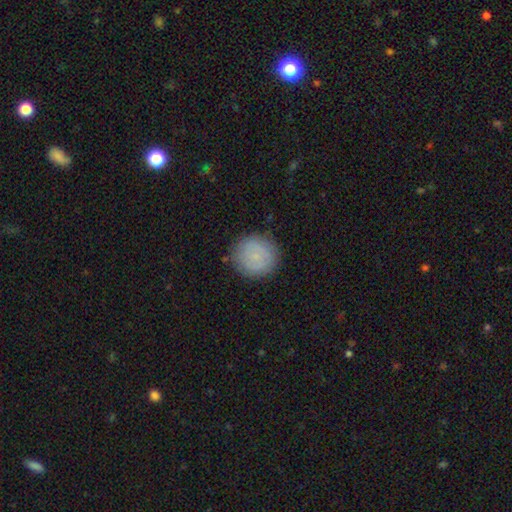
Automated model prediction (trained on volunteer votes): Smooth or featured: smooth — 76% (featured or disk — 16%)
How rounded: round — 93% (in between — 7%)
Merging: none — 86% (minor disturbance — 10%)